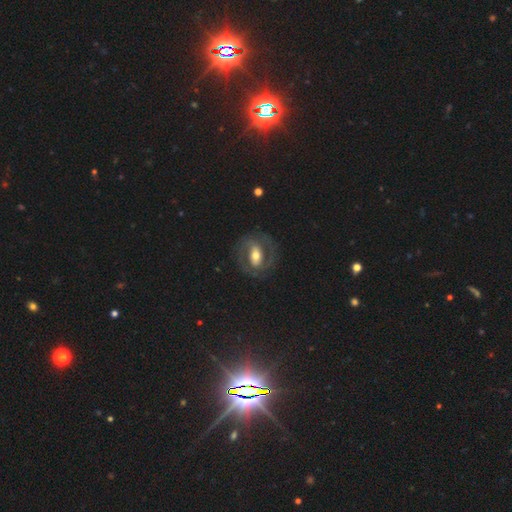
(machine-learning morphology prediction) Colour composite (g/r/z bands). It shows a featured or disk galaxy (70%) with a strong bar (41%), spiral arms (67%) and a moderate central bulge (65%). Merging: none (75%).